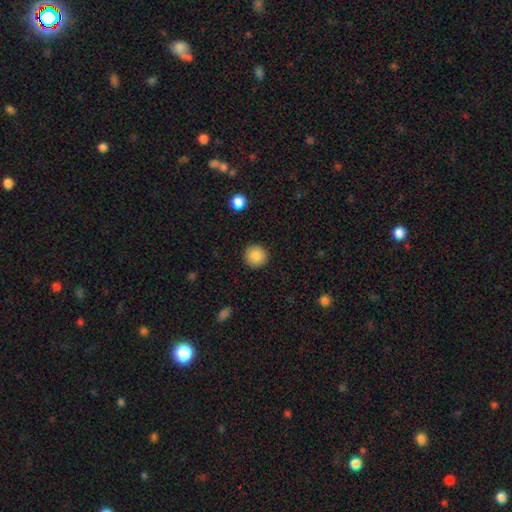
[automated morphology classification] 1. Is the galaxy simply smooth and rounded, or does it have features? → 87% smooth, 9% star or artifact, 4% featured or disk.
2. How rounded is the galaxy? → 94% round, 5% in between, 1% cigar-shaped.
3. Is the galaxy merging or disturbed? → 92% none, 5% minor disturbance, 2% major disturbance, 1% merger.